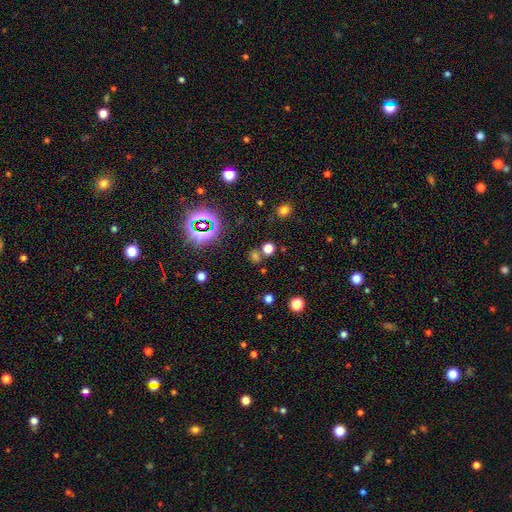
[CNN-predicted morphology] Overall: star or artifact (57%; smooth 34%).